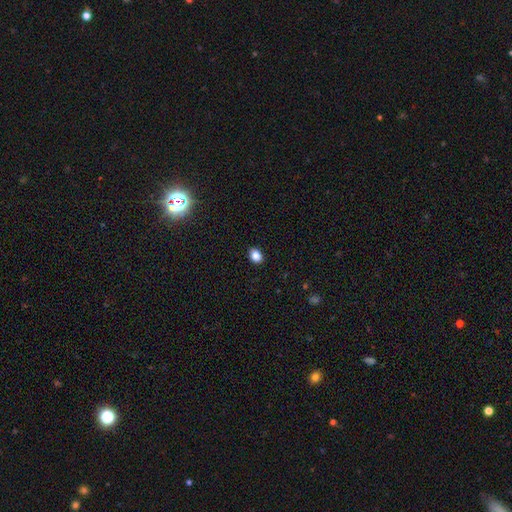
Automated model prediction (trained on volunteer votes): A smooth galaxy with no disk features (86%) that is in between round and cigar-shaped (65%). Merging: none (90%).